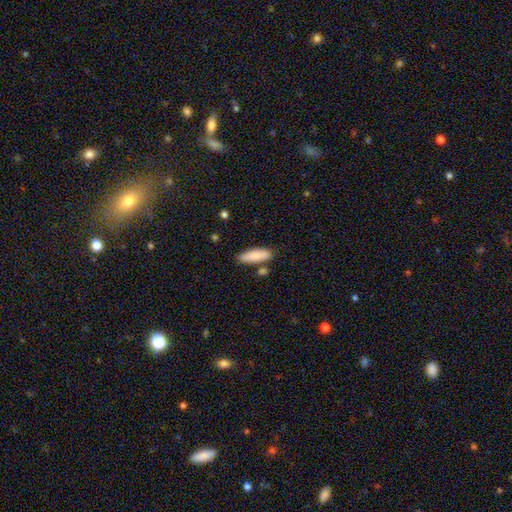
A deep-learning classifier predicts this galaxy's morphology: Smooth or featured? Predicted: smooth (p=0.85). How rounded? Predicted: in between (p=0.55). Merging? Predicted: none (p=0.75).